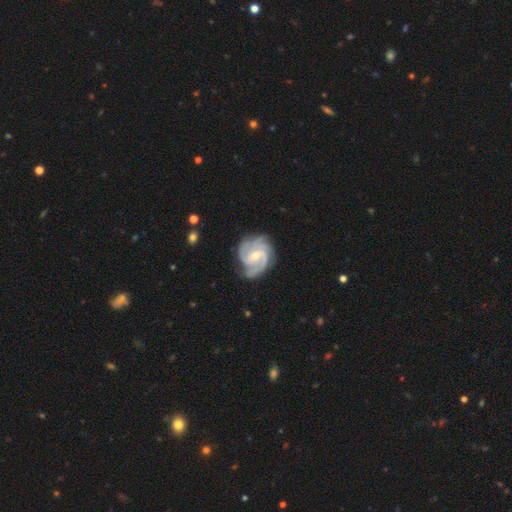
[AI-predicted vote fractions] This is clearly a featured or disk galaxy (92%). It is clearly not viewed edge-on (98%). Bar: possibly weak (49%). Spiral arm pattern: clearly yes (98%). Spiral arm count: possibly 3 (48%). Spiral winding: possibly tight (49%). Central bulge: possibly small (54%). Merging: likely none (74%).